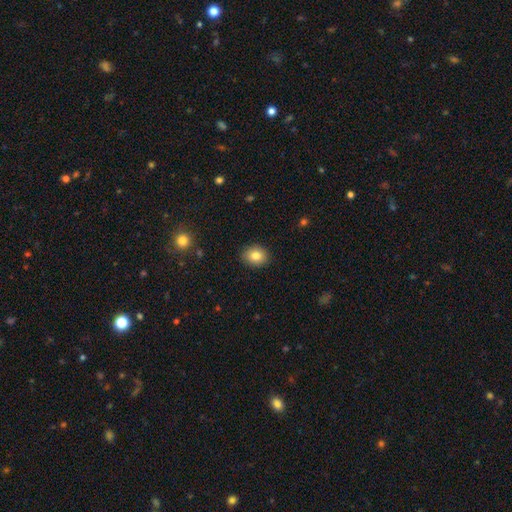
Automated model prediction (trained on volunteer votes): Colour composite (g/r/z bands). It shows a smooth galaxy with no disk features (82%) that is round (62%). Merging: none (90%).